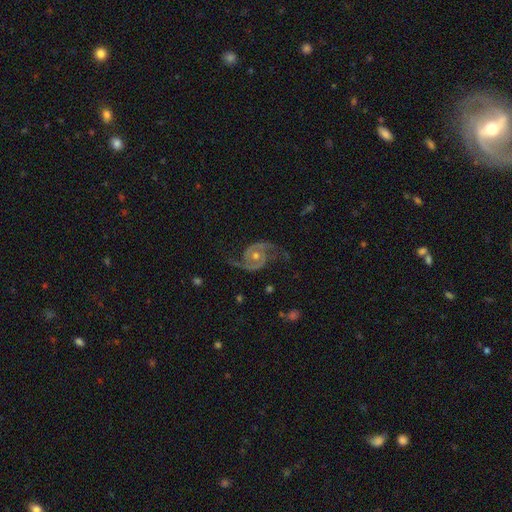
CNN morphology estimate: smooth_or_featured: featured or disk (p=0.92) [alt: star or artifact p=0.05]
disk_edge_on: no (p=0.98) [alt: yes p=0.02]
bar: no (p=0.68) [alt: weak p=0.25]
has_spiral_arms: yes (p=0.98) [alt: no p=0.02]
spiral_winding: medium (p=0.56) [alt: loose p=0.24]
spiral_arm_count: 2 (p=0.94) [alt: can't tell p=0.02]
bulge_size: moderate (p=0.60) [alt: small p=0.35]
merging: none (p=0.76) [alt: minor disturbance p=0.15]